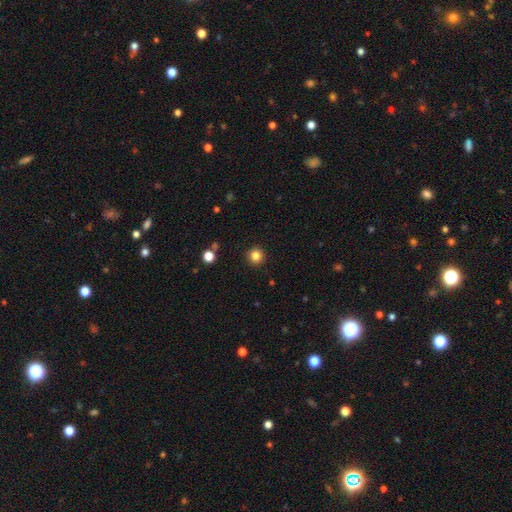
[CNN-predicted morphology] type=smooth (83%); roundness=round (96%); merging=none (93%).